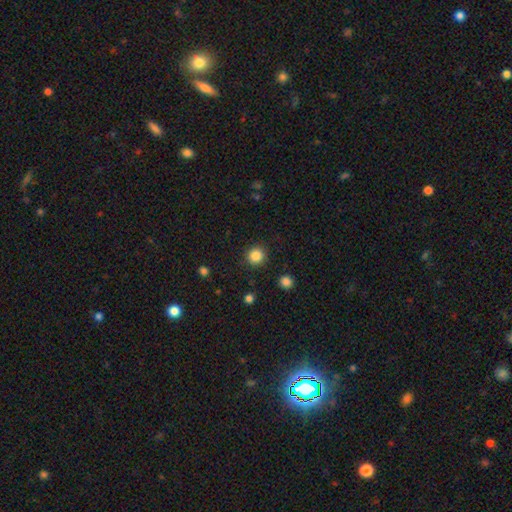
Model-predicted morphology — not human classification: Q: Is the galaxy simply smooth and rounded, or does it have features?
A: smooth — 85%.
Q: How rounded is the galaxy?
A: round — 93%.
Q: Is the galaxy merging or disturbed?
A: none — 90%.